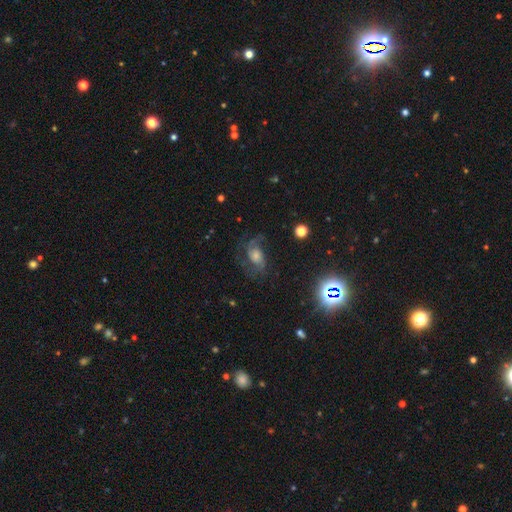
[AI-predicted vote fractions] Smooth or featured: featured or disk — 66% (star or artifact — 20%)
Edge-on disk: no — 96% (yes — 4%)
Bar: no — 62% (weak — 31%)
Spiral arms: yes — 92% (no — 8%)
Spiral winding: medium — 50% (loose — 27%)
Spiral arm count: 2 — 60% (can't tell — 16%)
Bulge size: moderate — 48% (small — 27%)
Merging: none — 62% (major disturbance — 18%)